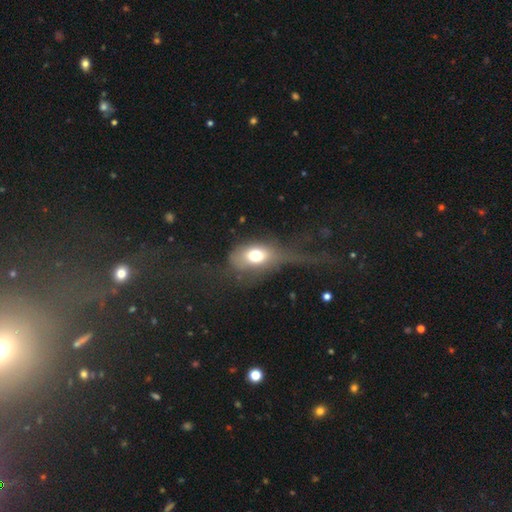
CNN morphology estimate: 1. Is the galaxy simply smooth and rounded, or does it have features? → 64% smooth, 25% featured or disk, 11% star or artifact.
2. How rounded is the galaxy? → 76% in between, 21% round, 4% cigar-shaped.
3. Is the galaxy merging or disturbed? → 47% major disturbance, 29% none, 21% minor disturbance, 4% merger.